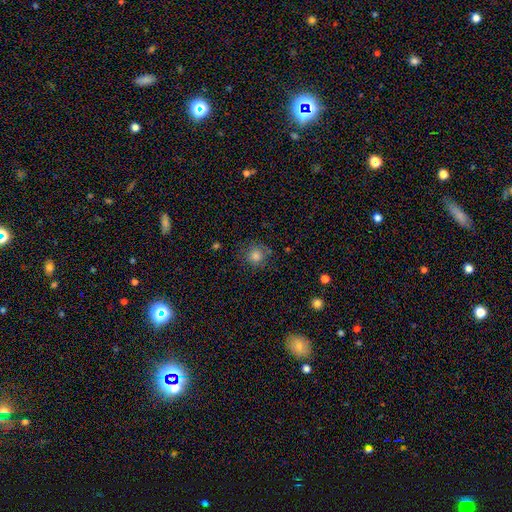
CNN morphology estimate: Smooth or featured? smooth (77%)
How rounded? round (91%)
Merging? none (79%)